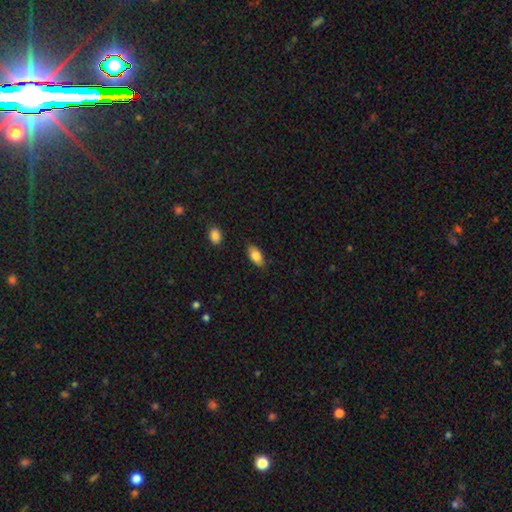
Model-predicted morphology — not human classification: smooth 81%, featured or disk 11%, star or artifact 7%. Down the decision tree: how rounded — in between (90%); merging — none (83%).